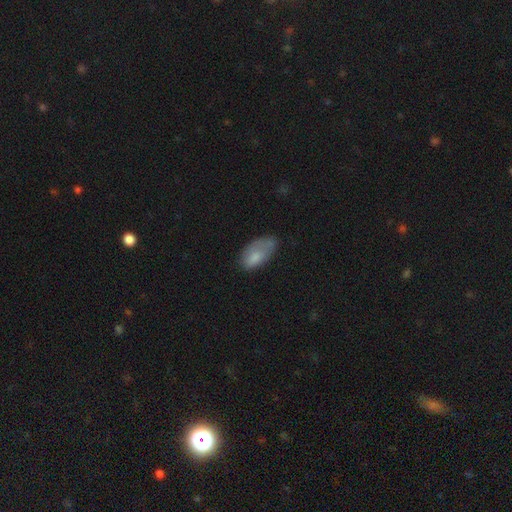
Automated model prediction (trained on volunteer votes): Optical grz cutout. It shows a smooth galaxy with no disk features (76%) that is in between round and cigar-shaped (93%). Merging: none (42%).